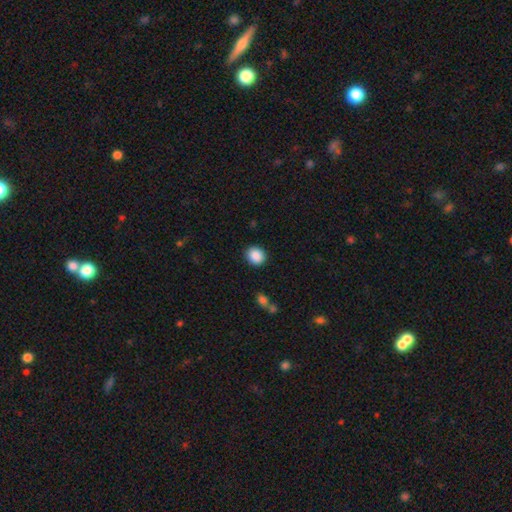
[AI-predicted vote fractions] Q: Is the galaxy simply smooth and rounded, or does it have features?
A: smooth — 88%.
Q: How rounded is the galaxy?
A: round — 78%.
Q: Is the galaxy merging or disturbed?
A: none — 89%.